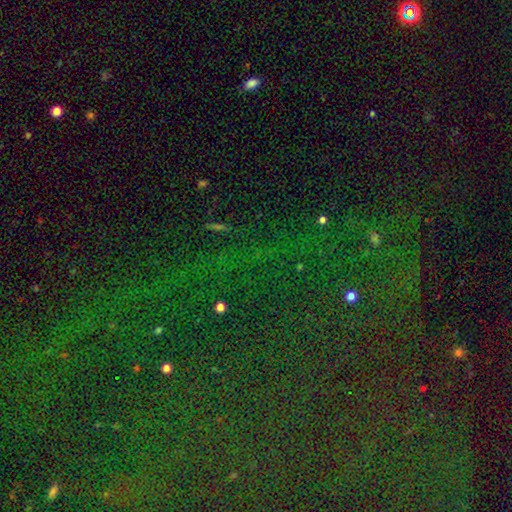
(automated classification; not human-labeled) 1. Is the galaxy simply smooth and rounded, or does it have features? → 82% star or artifact, 10% smooth, 9% featured or disk.